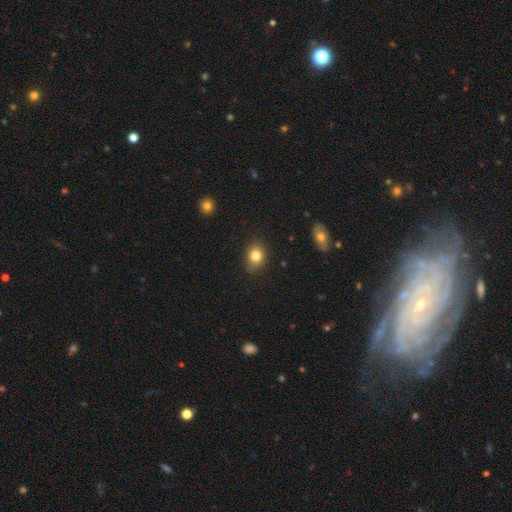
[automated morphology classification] Overall: smooth (82%). How rounded: in between (52%; round 46%). Merging: none (81%).